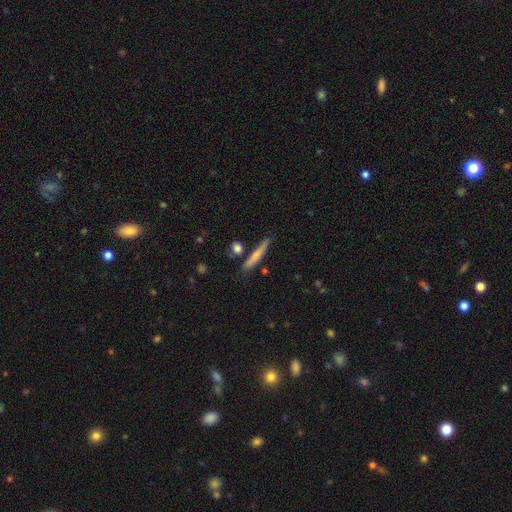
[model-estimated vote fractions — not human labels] Smooth or featured? Predicted: smooth (p=0.65). How rounded? Predicted: cigar-shaped (p=0.93). Merging? Predicted: none (p=0.81).